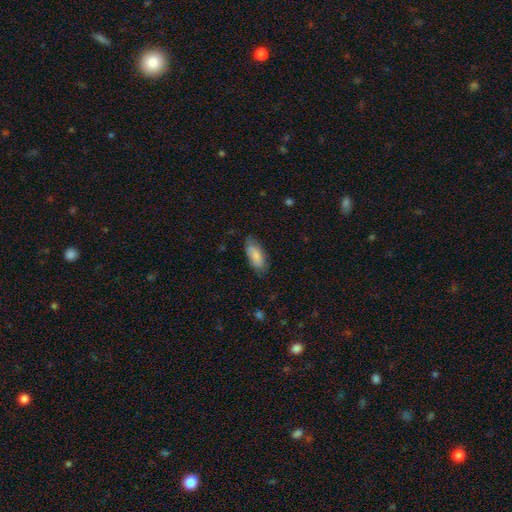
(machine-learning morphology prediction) Smooth or featured? Predicted: smooth (p=0.83). How rounded? Predicted: in between (p=0.83). Merging? Predicted: none (p=0.72).